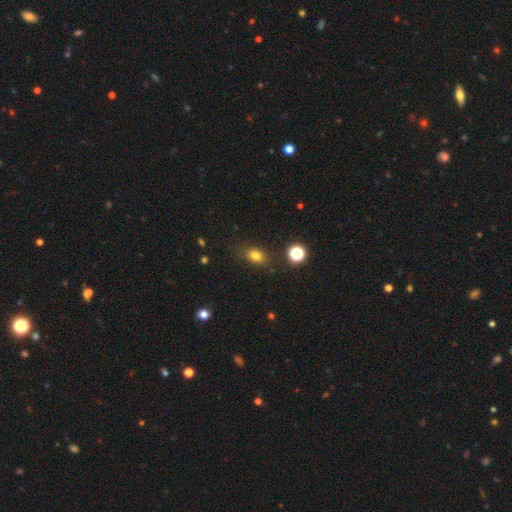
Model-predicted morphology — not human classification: Q: Smooth or featured?
A: smooth (77%); runner-up: star or artifact (14%)
Q: How rounded?
A: in between (72%); runner-up: round (25%)
Q: Merging?
A: none (81%); runner-up: minor disturbance (13%)